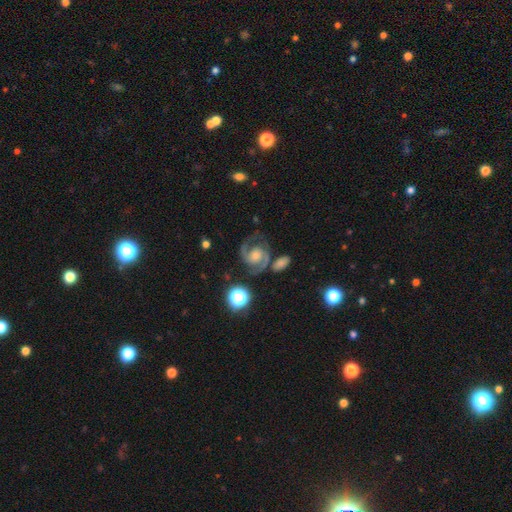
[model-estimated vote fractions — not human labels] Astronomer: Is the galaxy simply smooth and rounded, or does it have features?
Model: featured or disk — 88%.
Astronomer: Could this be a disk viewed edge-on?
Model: no — 98%.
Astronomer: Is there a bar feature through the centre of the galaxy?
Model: no — 58% (runner-up: weak, 34%).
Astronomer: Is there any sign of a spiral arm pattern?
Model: yes — 98%.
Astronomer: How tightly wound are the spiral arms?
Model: medium — 56% (runner-up: tight, 33%).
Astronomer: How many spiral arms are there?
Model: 2 — 90%.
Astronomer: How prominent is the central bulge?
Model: moderate — 48% (runner-up: small, 37%).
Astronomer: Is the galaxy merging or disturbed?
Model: none — 67%.